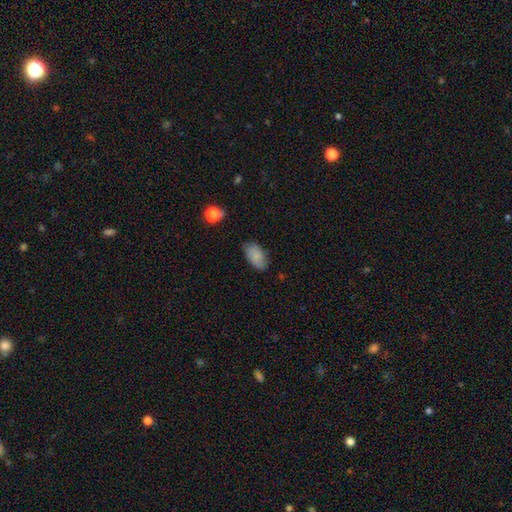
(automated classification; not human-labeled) Smooth or featured?
  - smooth: 82% *
  - featured or disk: 10%
  - star or artifact: 8%
How rounded?
  - in between: 93% *
  - round: 4%
  - cigar-shaped: 2%
Merging?
  - none: 79% *
  - minor disturbance: 16%
  - major disturbance: 3%
  - merger: 1%